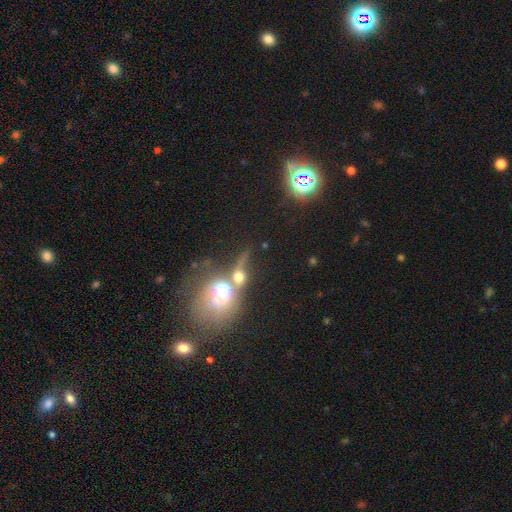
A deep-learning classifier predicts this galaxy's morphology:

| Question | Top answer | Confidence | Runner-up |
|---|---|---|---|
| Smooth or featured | smooth | 44% | star or artifact (38%) |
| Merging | none | 53% | merger (23%) |